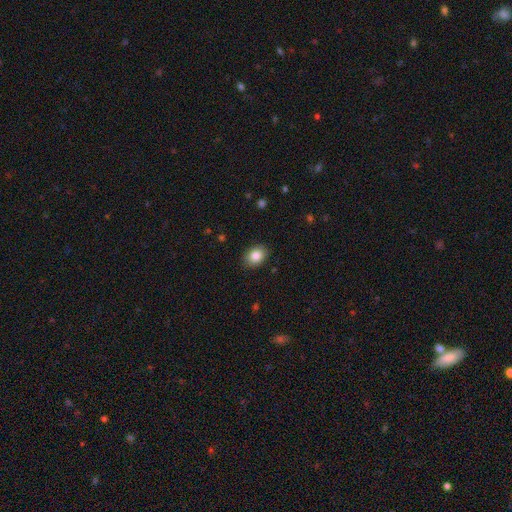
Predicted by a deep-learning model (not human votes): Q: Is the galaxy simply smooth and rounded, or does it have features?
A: smooth — 85%.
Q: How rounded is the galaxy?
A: in between — 64%.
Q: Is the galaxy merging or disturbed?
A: none — 88%.